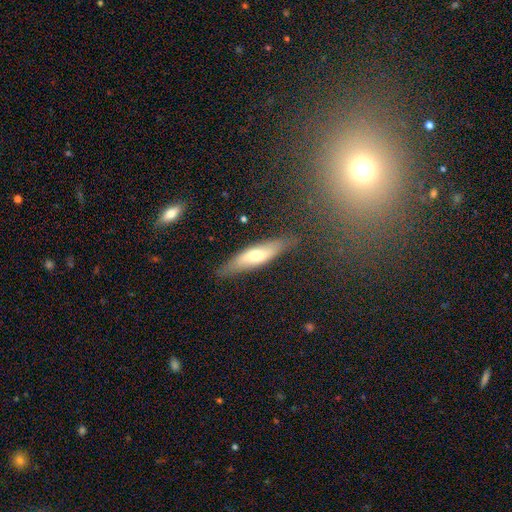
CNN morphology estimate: Smooth or featured? Predicted: smooth (p=0.53). How rounded? Predicted: cigar-shaped (p=0.67). Merging? Predicted: none (p=0.81).